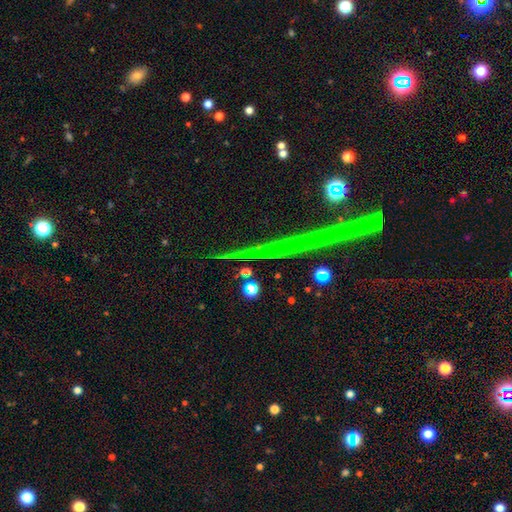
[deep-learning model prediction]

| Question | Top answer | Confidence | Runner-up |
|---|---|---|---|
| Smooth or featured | star or artifact | 77% | featured or disk (15%) |